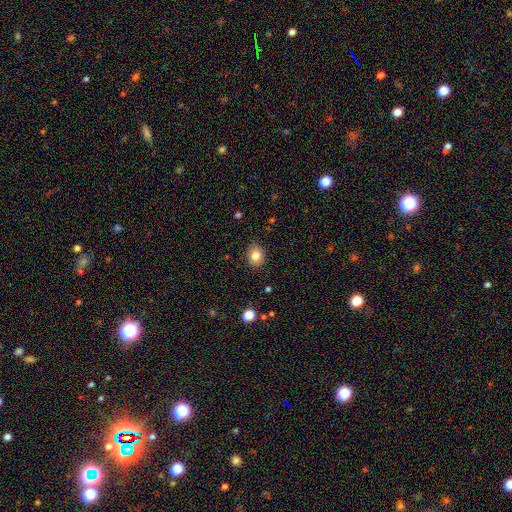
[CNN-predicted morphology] Smooth or featured? Predicted: smooth (p=0.82). How rounded? Predicted: round (p=0.53). Merging? Predicted: none (p=0.88).